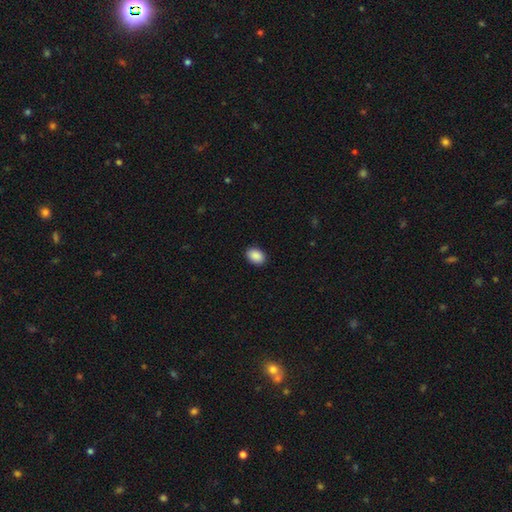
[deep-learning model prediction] Morphology: type=smooth (90%); roundness=in between (78%); merging=none (90%).